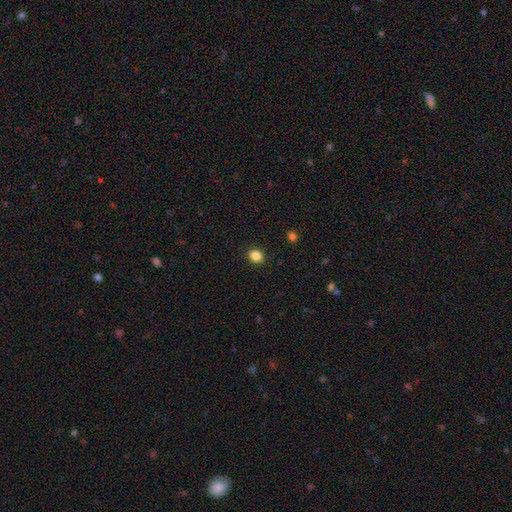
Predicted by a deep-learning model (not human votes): A smooth galaxy with no disk features (85%) that is round (66%).

Vote fractions:
- Smooth or featured? smooth: 85% / star or artifact: 11% / featured or disk: 4%
- How rounded? round: 66% / in between: 33% / cigar-shaped: 1%
- Merging? none: 91% / minor disturbance: 6% / major disturbance: 2% / merger: 1%